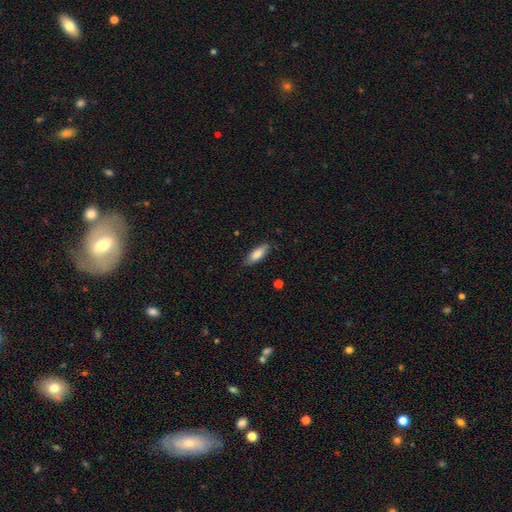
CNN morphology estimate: Smooth or featured?
  - smooth: 80% *
  - featured or disk: 14%
  - star or artifact: 6%
How rounded?
  - in between: 60% *
  - cigar-shaped: 39%
  - round: 2%
Merging?
  - none: 81% *
  - minor disturbance: 15%
  - major disturbance: 3%
  - merger: 1%